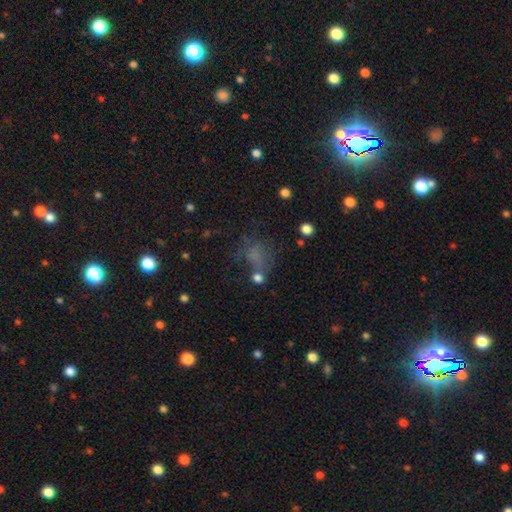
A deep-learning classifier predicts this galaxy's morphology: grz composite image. It shows a smooth galaxy with no disk features (56%) that is round (50%). Merging: none (48%).